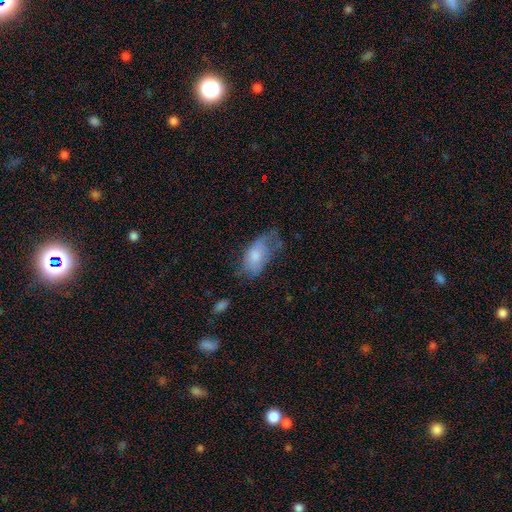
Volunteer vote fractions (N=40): Q: Smooth or featured?
A: smooth (72%); runner-up: featured or disk (15%)
Q: How rounded?
A: in between (97%); runner-up: round (3%)
Q: Merging?
A: major disturbance (54%); runner-up: none (23%)